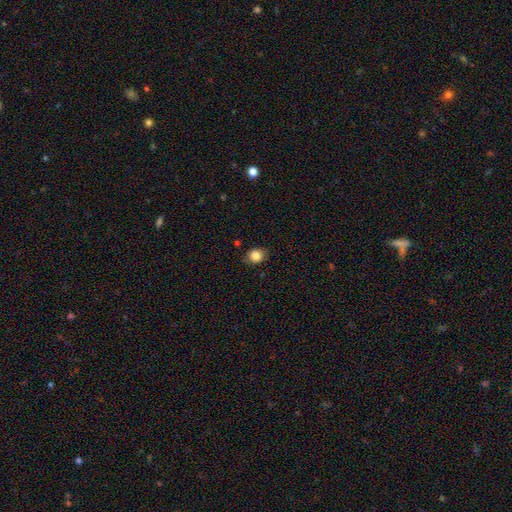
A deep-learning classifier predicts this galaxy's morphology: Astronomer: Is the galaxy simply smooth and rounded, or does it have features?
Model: smooth — 83%.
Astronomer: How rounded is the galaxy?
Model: round — 58% (runner-up: in between, 41%).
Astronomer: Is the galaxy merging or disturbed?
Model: none — 81%.